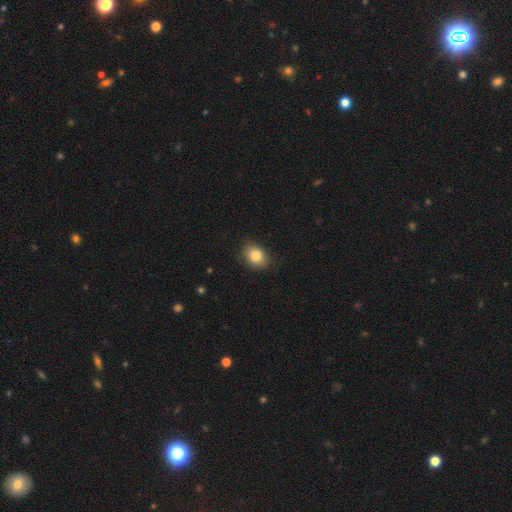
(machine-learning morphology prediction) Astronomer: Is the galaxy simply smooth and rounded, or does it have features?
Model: smooth — 83%.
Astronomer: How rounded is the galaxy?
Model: in between — 57% (runner-up: round, 42%).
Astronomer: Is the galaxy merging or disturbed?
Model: none — 83%.